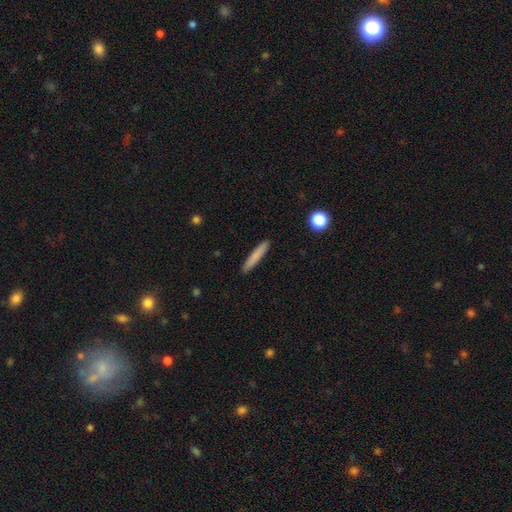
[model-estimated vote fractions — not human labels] The model was most divided on "smooth or featured": smooth: 79%, featured or disk: 14%, star or artifact: 7%. More confident: how rounded — cigar-shaped (94%); merging — none (91%).